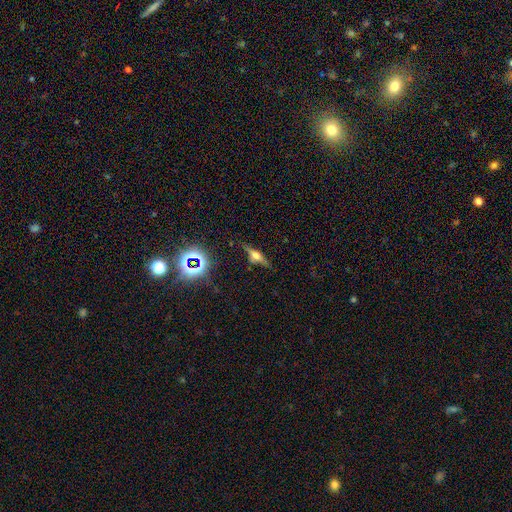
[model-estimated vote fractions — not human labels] This is likely a featured or disk galaxy (62%). It is clearly viewed edge-on (94%). Edge-on bulge: clearly rounded (87%). Merging: likely none (79%).